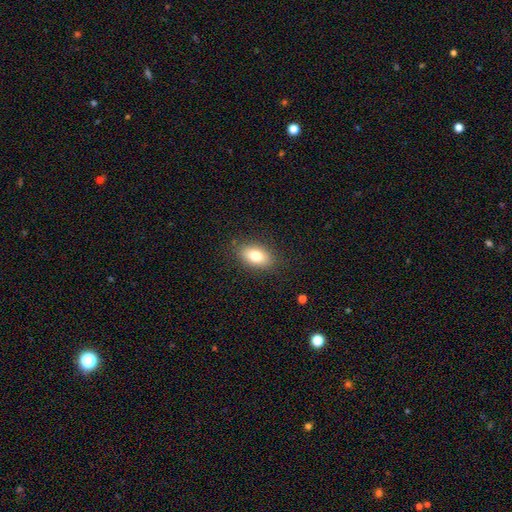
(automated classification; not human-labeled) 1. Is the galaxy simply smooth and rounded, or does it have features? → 78% smooth, 13% featured or disk, 9% star or artifact.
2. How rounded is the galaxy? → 87% in between, 10% round, 3% cigar-shaped.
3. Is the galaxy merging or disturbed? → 86% none, 10% minor disturbance, 3% major disturbance, 1% merger.